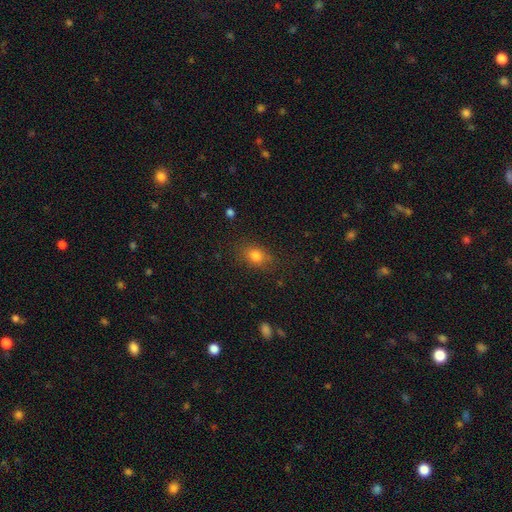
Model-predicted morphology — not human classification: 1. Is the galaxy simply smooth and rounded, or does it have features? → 80% smooth, 11% star or artifact, 9% featured or disk.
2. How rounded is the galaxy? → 69% in between, 27% round, 3% cigar-shaped.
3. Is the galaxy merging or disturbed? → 80% none, 14% minor disturbance, 5% major disturbance, 1% merger.